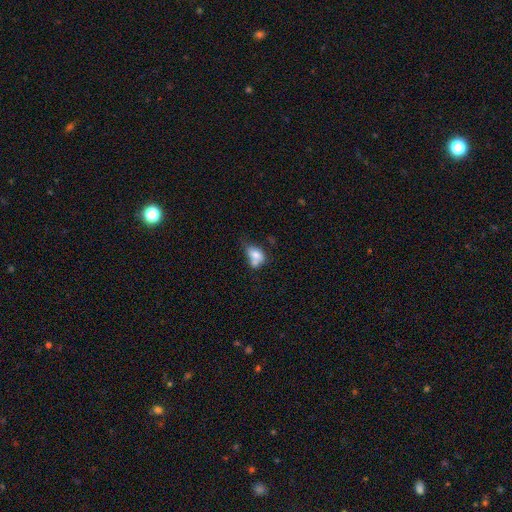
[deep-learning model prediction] This is likely a smooth galaxy (71%). How rounded: likely in between (77%). Merging: possibly merger (46%).